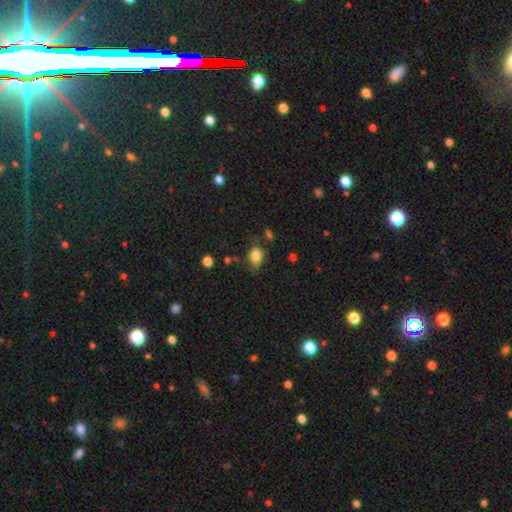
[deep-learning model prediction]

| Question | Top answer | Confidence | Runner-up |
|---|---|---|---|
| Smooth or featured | smooth | 81% | star or artifact (10%) |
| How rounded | in between | 71% | round (27%) |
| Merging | none | 54% | minor disturbance (29%) |